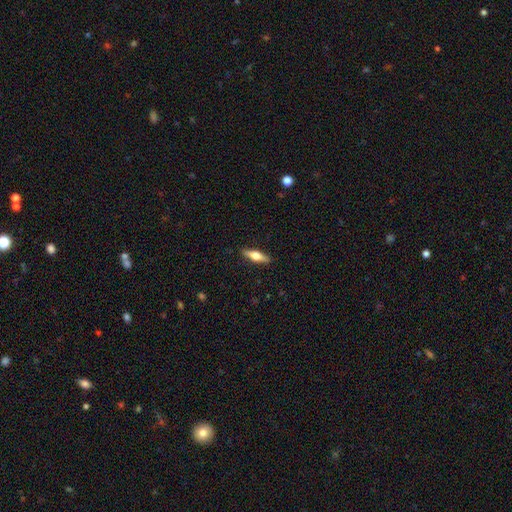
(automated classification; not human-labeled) smooth-or-featured: featured or disk: 48% | smooth: 46% | star or artifact: 6%
  merging: none: 90% | minor disturbance: 8% | major disturbance: 2% | merger: 1%